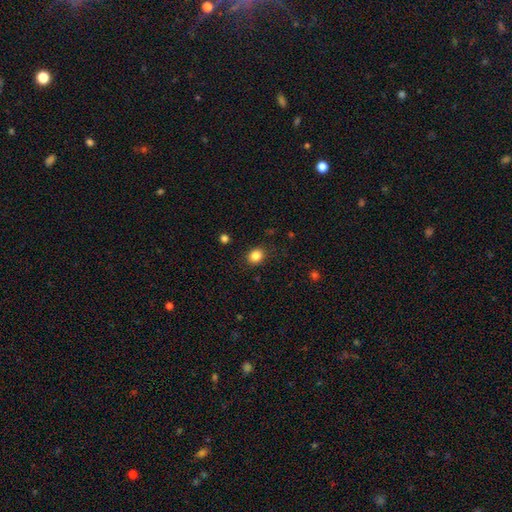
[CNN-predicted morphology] Smooth or featured? Predicted: smooth (p=0.85). How rounded? Predicted: round (p=0.65). Merging? Predicted: none (p=0.87).